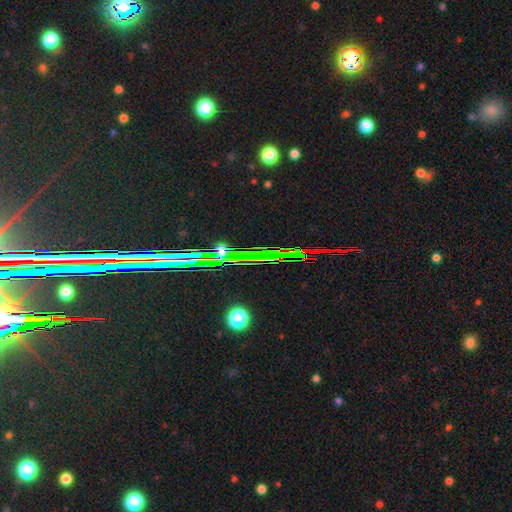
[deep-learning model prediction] Smooth or featured? Predicted: star or artifact (p=0.74).